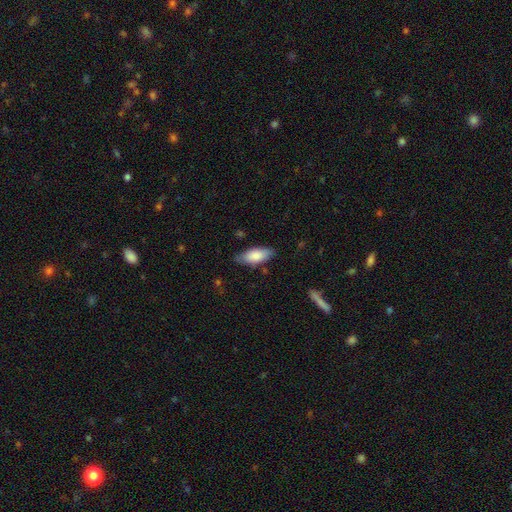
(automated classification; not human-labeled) smooth_or_featured: smooth (p=0.82) [alt: featured or disk p=0.12]
how_rounded: in between (p=0.81) [alt: cigar-shaped p=0.17]
merging: none (p=0.78) [alt: minor disturbance p=0.17]